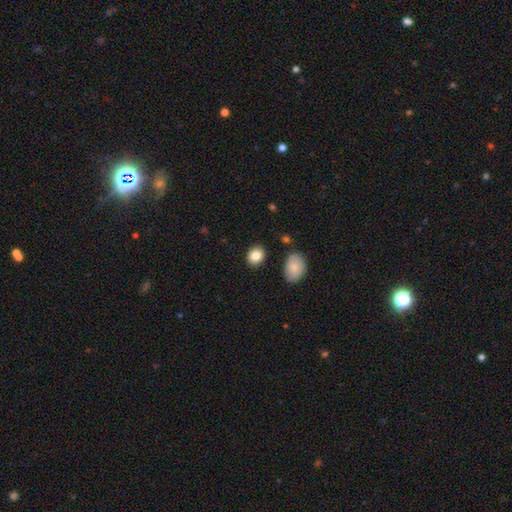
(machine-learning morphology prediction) This appears to be a smooth galaxy with no disk features (85%) that is in between round and cigar-shaped (50%). Merging: none (87%).